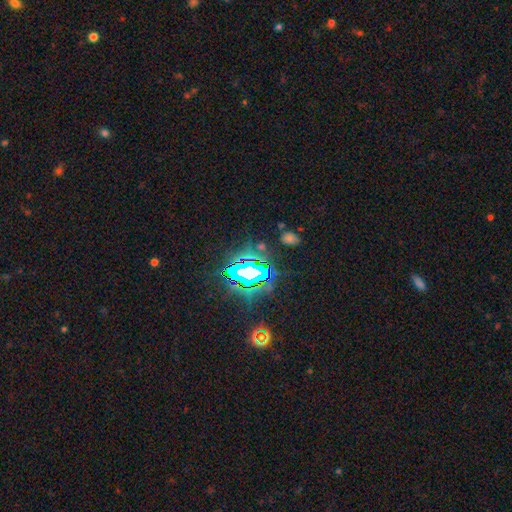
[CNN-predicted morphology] Q: Smooth or featured?
A: star or artifact (81%); runner-up: smooth (12%)